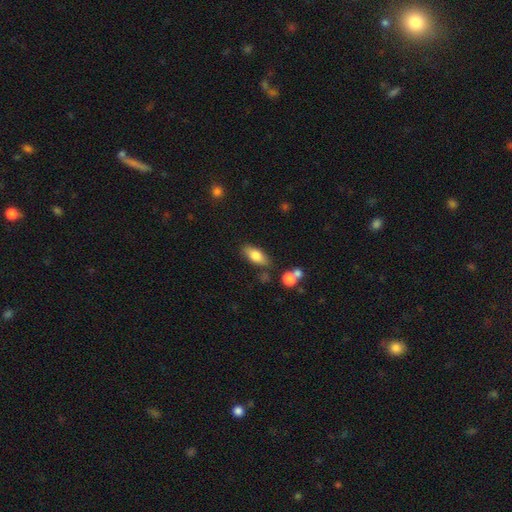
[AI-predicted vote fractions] The model was most divided on "smooth or featured": smooth: 75%, featured or disk: 17%, star or artifact: 7%. More confident: how rounded — in between (81%); merging — none (76%).